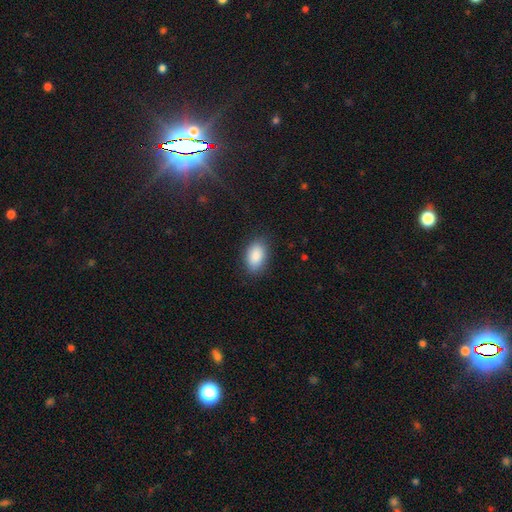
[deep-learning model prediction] smooth-or-featured: smooth: 88% | star or artifact: 7% | featured or disk: 5%
  how-rounded: in between: 91% | round: 7% | cigar-shaped: 2%
  merging: none: 84% | minor disturbance: 11% | major disturbance: 3% | merger: 1%